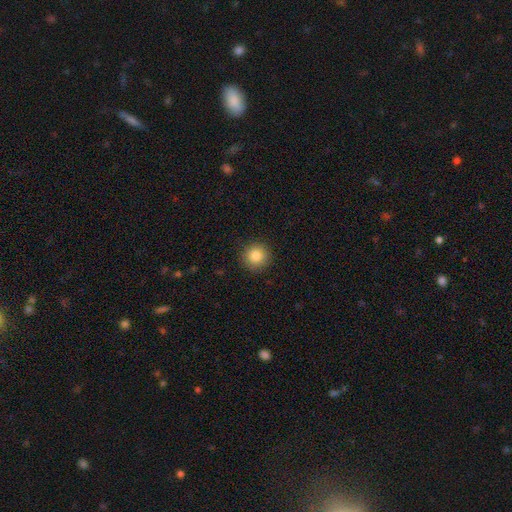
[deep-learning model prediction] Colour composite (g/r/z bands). It shows a smooth galaxy with no disk features (84%) that is round (93%). Merging: none (91%).